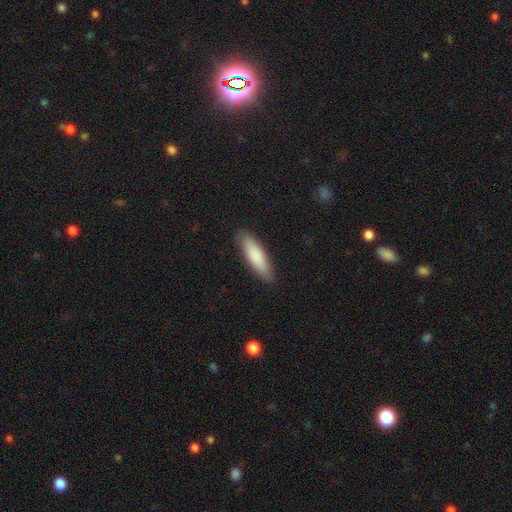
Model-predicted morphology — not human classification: This is clearly a smooth galaxy (85%). How rounded: possibly cigar-shaped (60%). Merging: clearly none (88%).